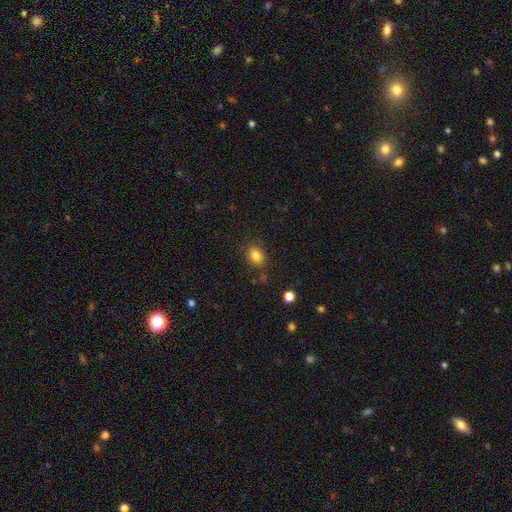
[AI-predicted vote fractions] Q: Smooth or featured?
A: smooth (83%); runner-up: star or artifact (11%)
Q: How rounded?
A: in between (59%); runner-up: round (40%)
Q: Merging?
A: none (80%); runner-up: minor disturbance (13%)